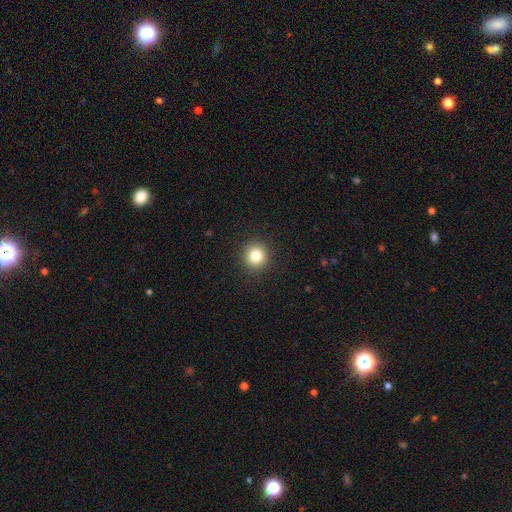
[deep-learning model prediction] smooth_or_featured: smooth (p=0.82) [alt: star or artifact p=0.12]
how_rounded: round (p=0.93) [alt: in between p=0.06]
merging: none (p=0.92) [alt: minor disturbance p=0.05]